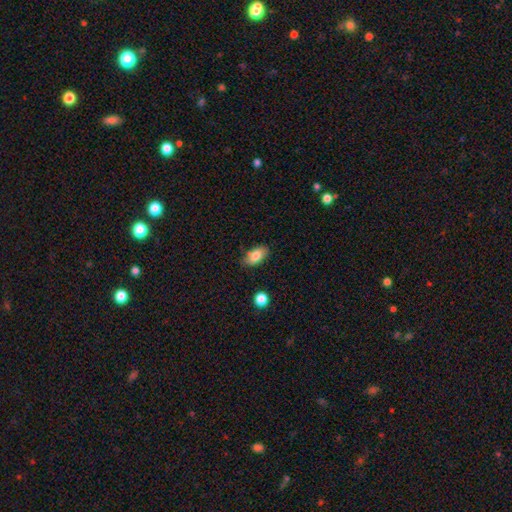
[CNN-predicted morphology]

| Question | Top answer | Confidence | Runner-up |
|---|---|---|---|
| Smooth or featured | smooth | 81% | featured or disk (11%) |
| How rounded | in between | 90% | round (6%) |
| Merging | none | 79% | minor disturbance (16%) |